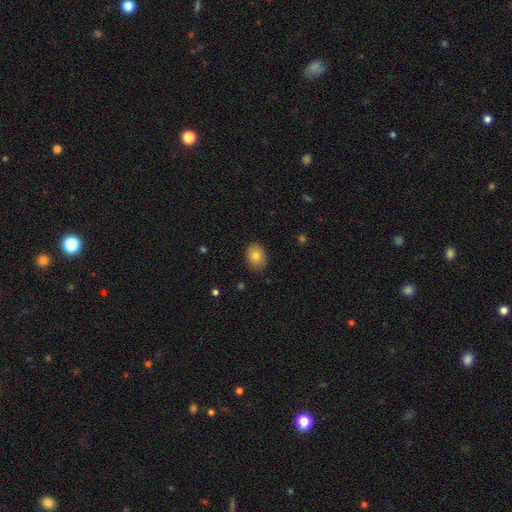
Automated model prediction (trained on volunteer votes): smooth_or_featured: smooth (p=0.80) [alt: featured or disk p=0.12]
how_rounded: in between (p=0.68) [alt: round p=0.31]
merging: none (p=0.85) [alt: minor disturbance p=0.12]